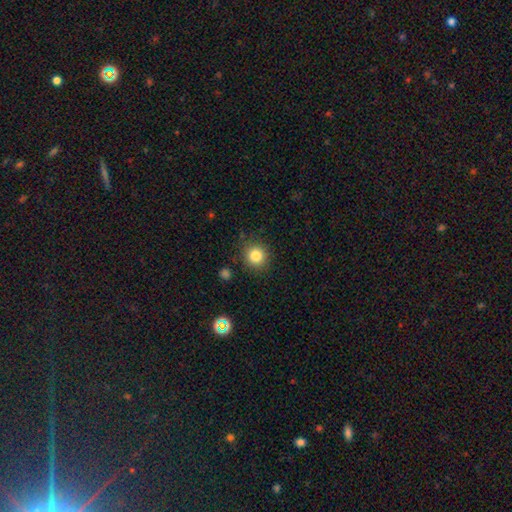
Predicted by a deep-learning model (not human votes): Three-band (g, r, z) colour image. It shows a smooth galaxy with no disk features (83%) that is round (90%). Merging: none (87%).